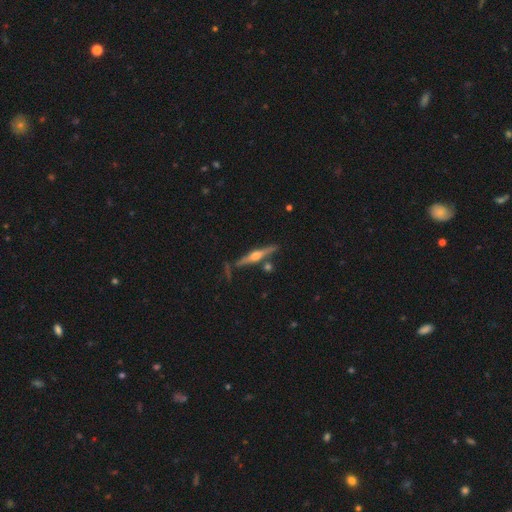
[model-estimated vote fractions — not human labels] The model was most divided on "smooth or featured": featured or disk: 78%, smooth: 16%, star or artifact: 6%. More confident: edge-on disk — yes (98%); edge-on bulge — rounded (94%); merging — none (81%).